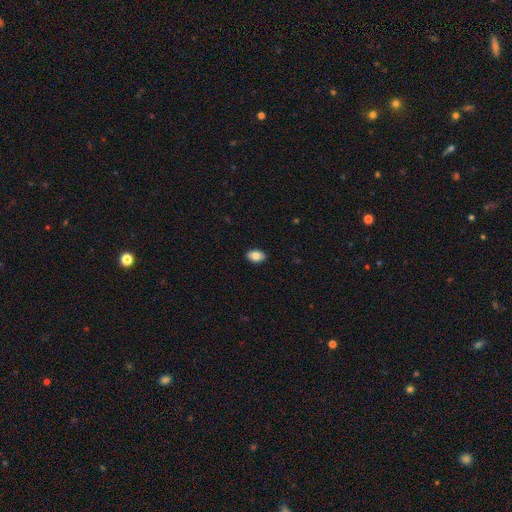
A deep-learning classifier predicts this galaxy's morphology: Smooth or featured: smooth — 82% (featured or disk — 11%)
How rounded: in between — 87% (round — 12%)
Merging: none — 89% (minor disturbance — 9%)